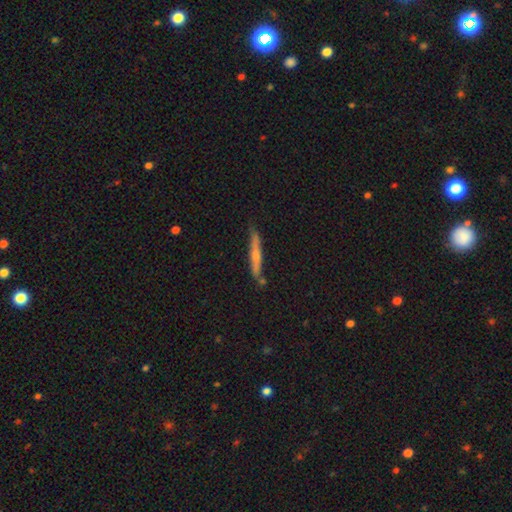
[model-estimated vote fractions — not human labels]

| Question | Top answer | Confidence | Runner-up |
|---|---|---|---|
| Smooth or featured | smooth | 55% | featured or disk (38%) |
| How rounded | cigar-shaped | 94% | in between (4%) |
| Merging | none | 75% | minor disturbance (17%) |